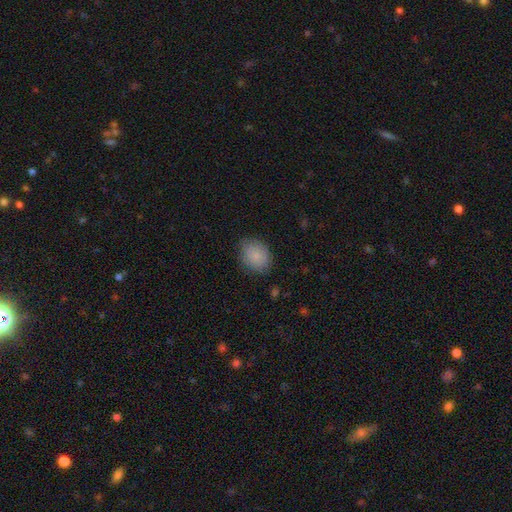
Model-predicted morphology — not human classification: Smooth or featured: smooth — 86% (star or artifact — 8%)
How rounded: in between — 52% (round — 47%)
Merging: none — 76% (minor disturbance — 19%)